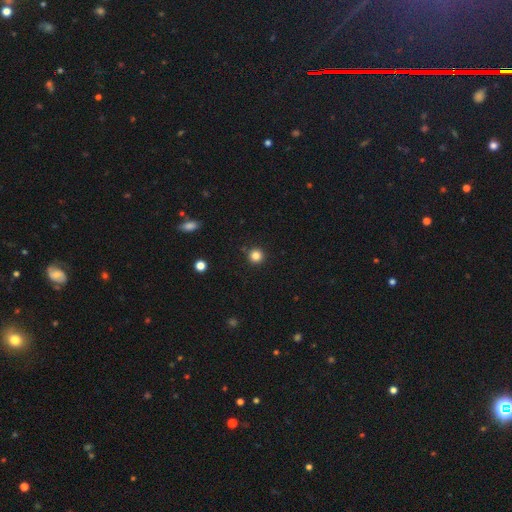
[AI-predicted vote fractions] smooth 84%, star or artifact 12%, featured or disk 4%. Down the decision tree: how rounded — round (95%); merging — none (90%).